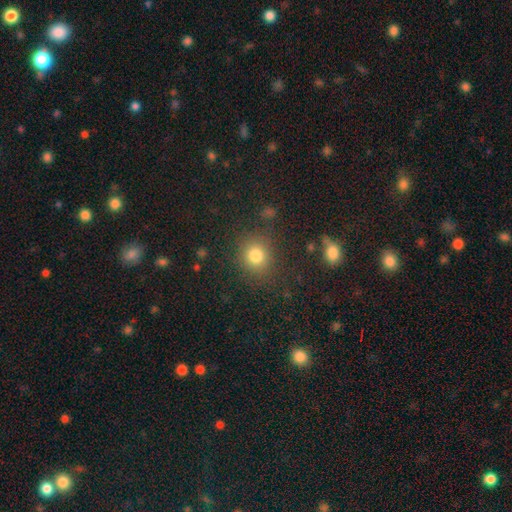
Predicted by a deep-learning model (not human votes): This is likely a smooth galaxy (80%). How rounded: clearly round (80%). Merging: clearly none (82%).